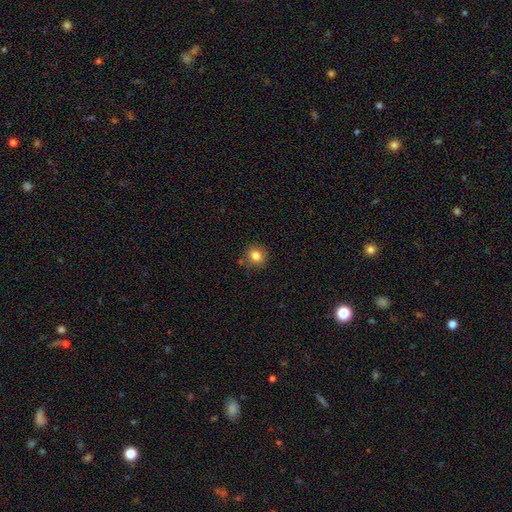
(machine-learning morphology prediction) smooth 82%, star or artifact 11%, featured or disk 7%. Down the decision tree: how rounded — round (87%); merging — none (83%).